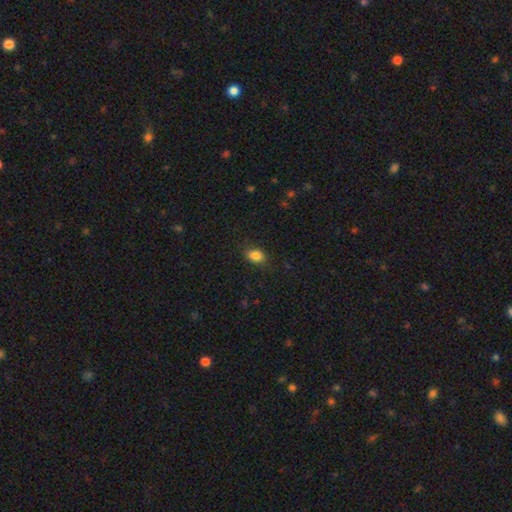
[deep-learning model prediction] This appears to be a smooth galaxy with no disk features (86%) that is in between round and cigar-shaped (80%). Merging: none (85%).